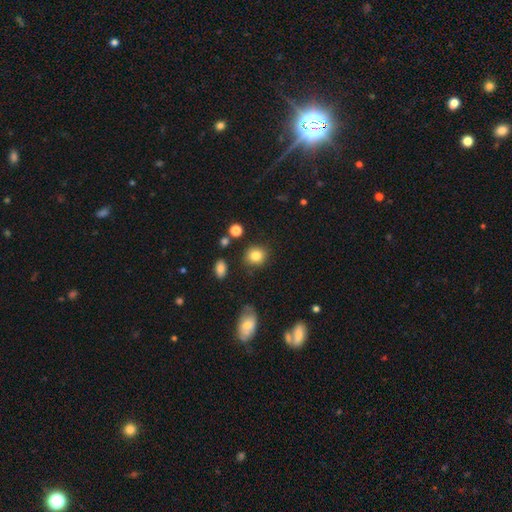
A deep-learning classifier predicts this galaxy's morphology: smooth 84%, star or artifact 10%, featured or disk 6%. Down the decision tree: how rounded — round (81%); merging — none (83%).